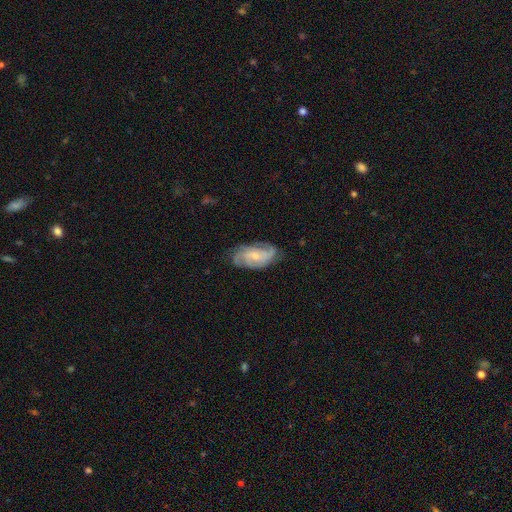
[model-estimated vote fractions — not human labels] smooth_or_featured: featured or disk (p=0.78) [alt: smooth p=0.16]
disk_edge_on: no (p=0.96) [alt: yes p=0.04]
bar: no (p=0.55) [alt: weak p=0.38]
has_spiral_arms: yes (p=0.96) [alt: no p=0.04]
spiral_winding: medium (p=0.45) [alt: tight p=0.41]
spiral_arm_count: 3 (p=0.36) [alt: 2 p=0.28]
bulge_size: small (p=0.51) [alt: moderate p=0.37]
merging: none (p=0.73) [alt: minor disturbance p=0.20]